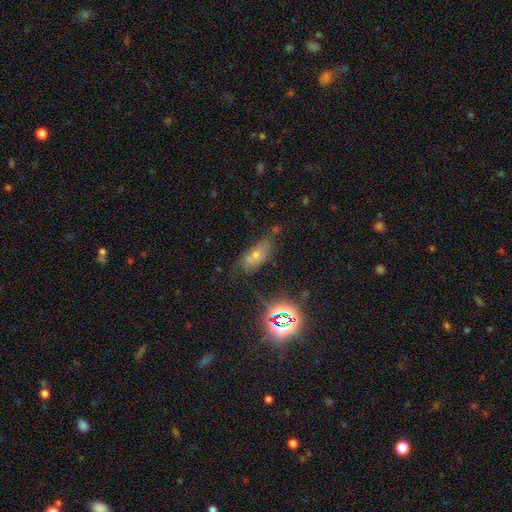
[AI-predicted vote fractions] smooth-or-featured: smooth: 53% | featured or disk: 24% | star or artifact: 23%
  how-rounded: in between: 82% | cigar-shaped: 12% | round: 5%
  merging: none: 49% | minor disturbance: 24% | merger: 16% | major disturbance: 11%